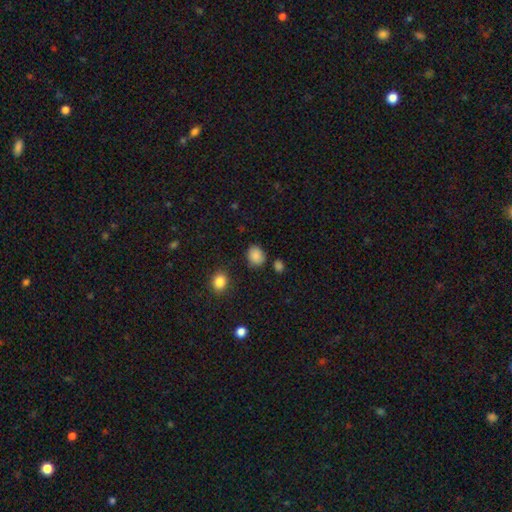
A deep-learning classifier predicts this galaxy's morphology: The model was most divided on "how rounded": round: 64%, in between: 36%, cigar-shaped: 1%. More confident: smooth or featured — smooth (86%); merging — none (80%).